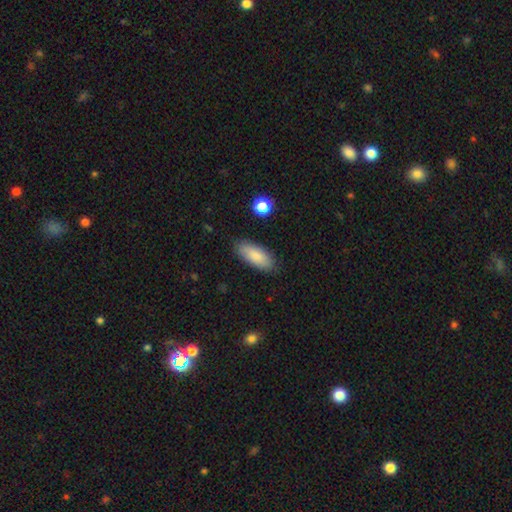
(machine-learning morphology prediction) A smooth galaxy with no disk features (85%) that is in between round and cigar-shaped (81%). Merging: none (84%).